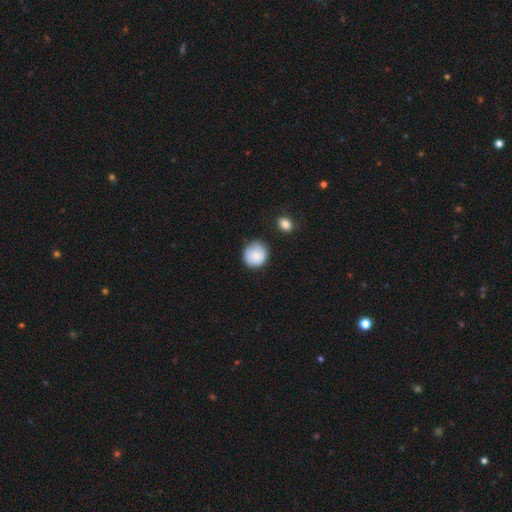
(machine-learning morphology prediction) Smooth or featured?
  - smooth: 82% *
  - featured or disk: 11%
  - star or artifact: 7%
How rounded?
  - round: 90% *
  - in between: 9%
  - cigar-shaped: 1%
Merging?
  - none: 79% *
  - minor disturbance: 16%
  - major disturbance: 3%
  - merger: 2%